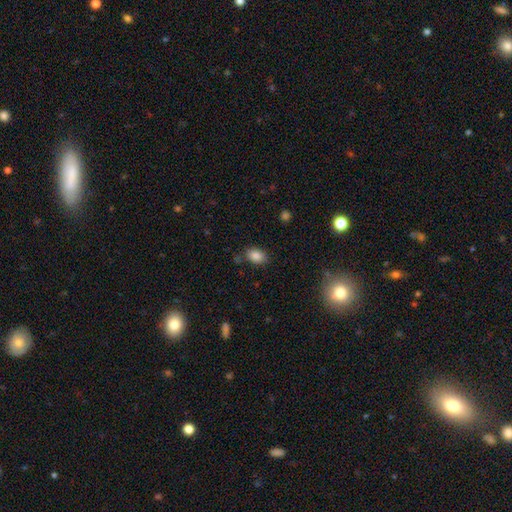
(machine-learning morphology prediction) Smooth or featured: smooth — 85% (star or artifact — 9%)
How rounded: in between — 80% (round — 19%)
Merging: none — 77% (minor disturbance — 15%)